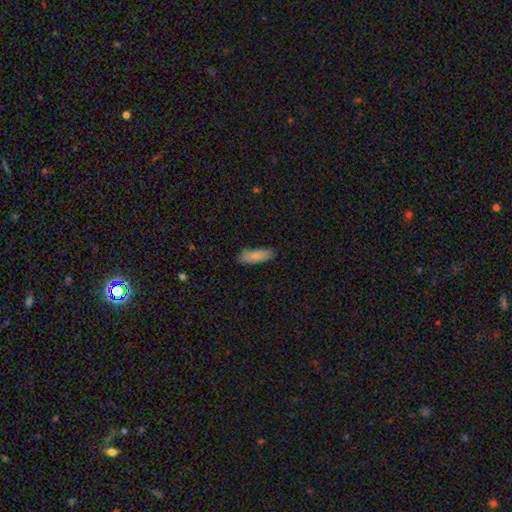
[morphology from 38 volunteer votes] A smooth galaxy with no disk features (84%) that is in between round and cigar-shaped (59%). Merging: none (83%).